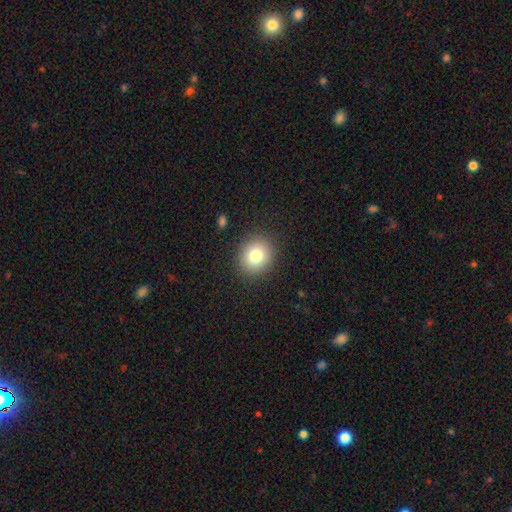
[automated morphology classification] A smooth galaxy with no disk features (79%) that is round (72%).

Vote fractions:
- Smooth or featured? smooth: 79% / star or artifact: 11% / featured or disk: 10%
- How rounded? round: 72% / in between: 27% / cigar-shaped: 1%
- Merging? none: 89% / minor disturbance: 8% / major disturbance: 3% / merger: 1%